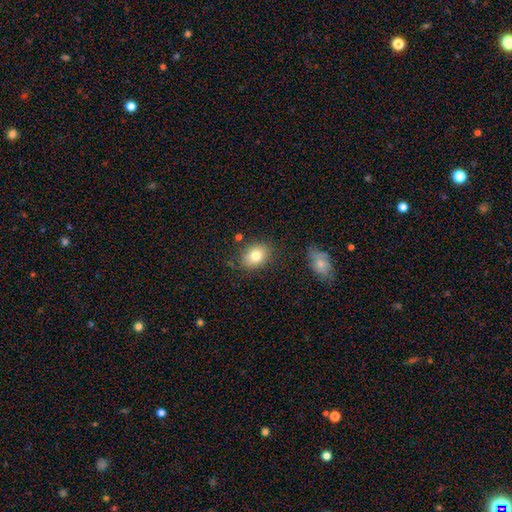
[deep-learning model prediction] Smooth or featured? Predicted: smooth (p=0.81). How rounded? Predicted: in between (p=0.63). Merging? Predicted: none (p=0.79).